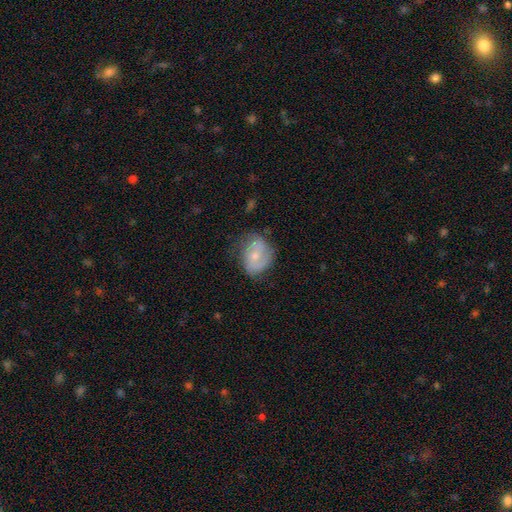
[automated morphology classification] type=featured or disk (49%); merging=none (56%).